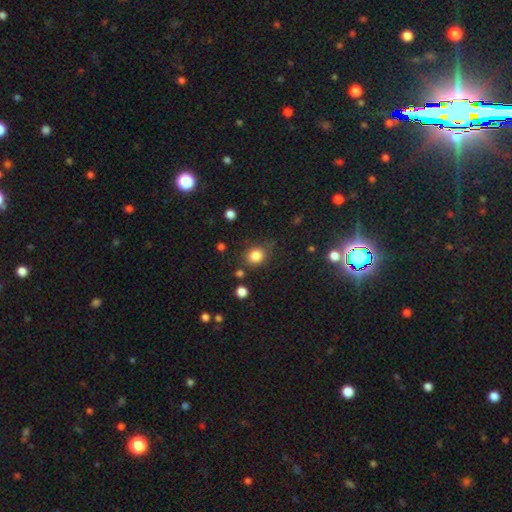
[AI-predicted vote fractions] A smooth galaxy with no disk features (83%) that is round (72%).

Vote fractions:
- Smooth or featured? smooth: 83% / star or artifact: 12% / featured or disk: 5%
- How rounded? round: 72% / in between: 27% / cigar-shaped: 1%
- Merging? none: 73% / minor disturbance: 17% / major disturbance: 5% / merger: 5%